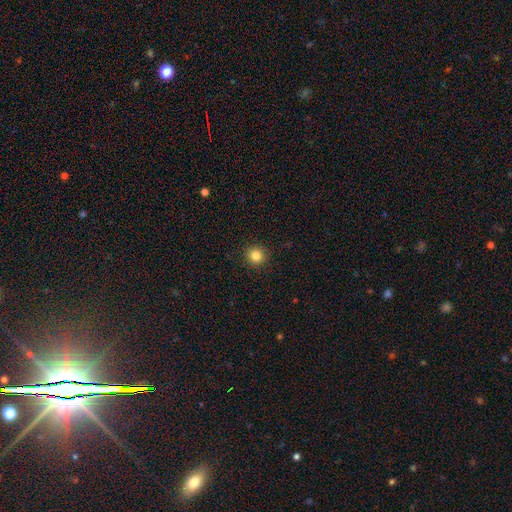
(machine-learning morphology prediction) This is clearly a smooth galaxy (83%). How rounded: clearly round (95%). Merging: clearly none (93%).